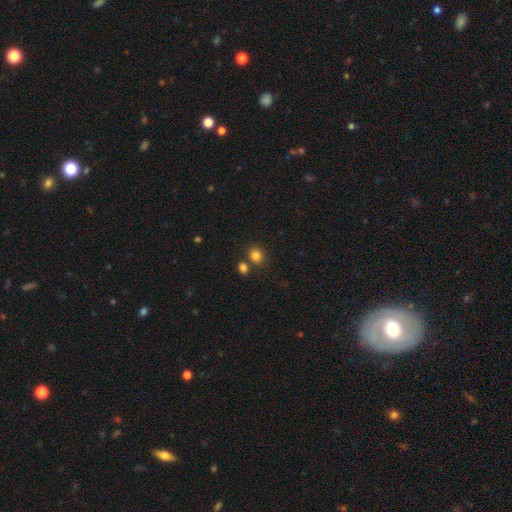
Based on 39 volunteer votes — smooth_or_featured: smooth (p=0.95) [alt: star or artifact p=0.05]
how_rounded: round (p=0.70) [alt: in between p=0.30]
merging: none (p=0.81) [alt: minor disturbance p=0.11]